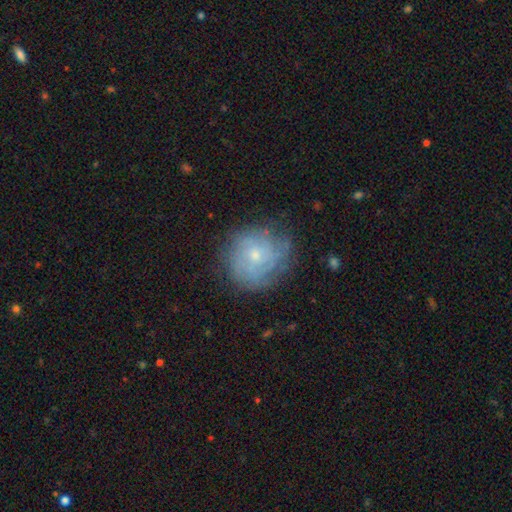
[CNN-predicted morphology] Smooth or featured? Predicted: featured or disk (p=0.57). Edge-on disk? Predicted: no (p=0.97). Bar? Predicted: no (p=0.81). Spiral arms? Predicted: yes (p=0.77). Bulge size? Predicted: small (p=0.71). Merging? Predicted: none (p=0.71).